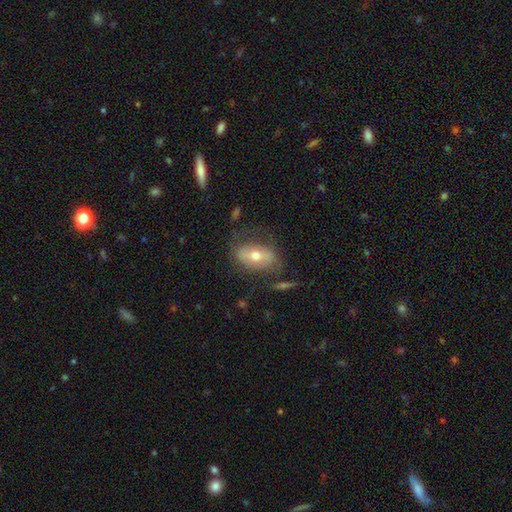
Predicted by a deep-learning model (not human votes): smooth-or-featured: smooth: 49% | featured or disk: 43% | star or artifact: 8%
  merging: none: 62% | minor disturbance: 20% | major disturbance: 14% | merger: 4%